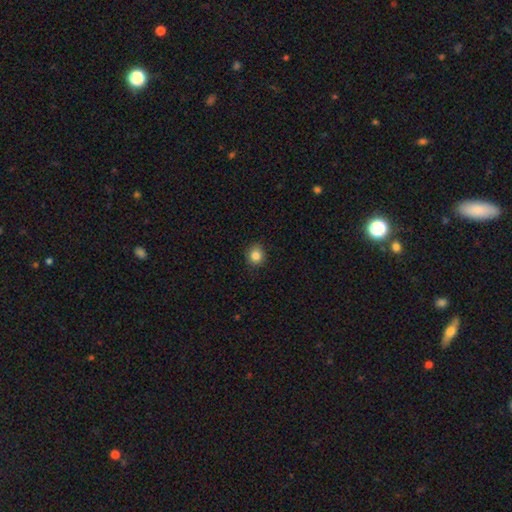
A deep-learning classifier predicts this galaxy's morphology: This appears to be a smooth galaxy with no disk features (84%) that is round (82%). Merging: none (89%).